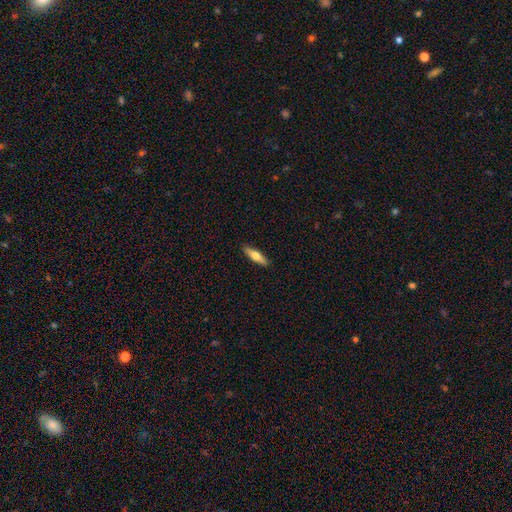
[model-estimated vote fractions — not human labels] Morphology: type=smooth (59%); roundness=cigar-shaped (68%); merging=none (90%).